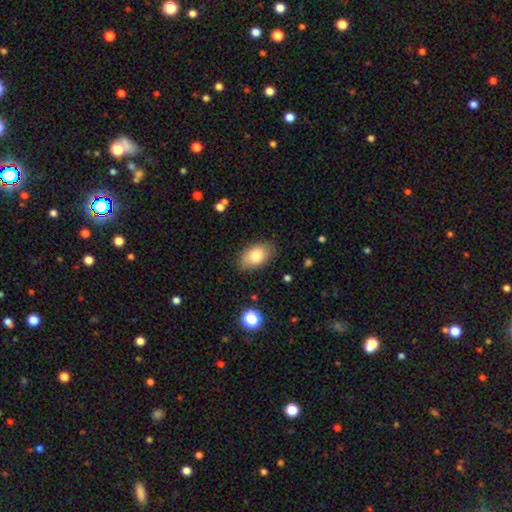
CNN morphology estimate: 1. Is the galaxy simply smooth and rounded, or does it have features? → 83% smooth, 10% featured or disk, 7% star or artifact.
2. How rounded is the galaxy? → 90% in between, 8% round, 1% cigar-shaped.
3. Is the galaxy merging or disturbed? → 82% none, 13% minor disturbance, 3% major disturbance, 1% merger.